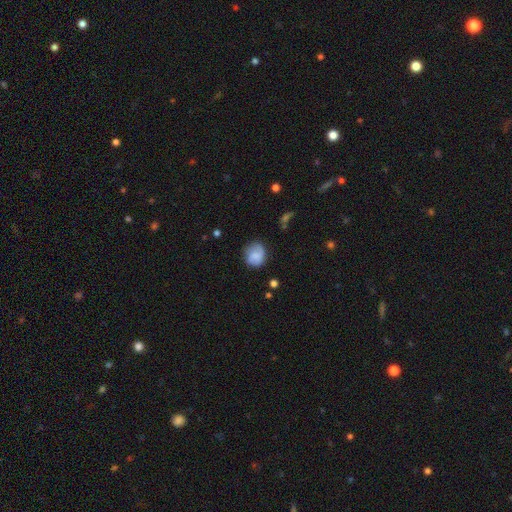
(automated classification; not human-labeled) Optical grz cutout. It shows a smooth galaxy with no disk features (68%) that is round (73%). Merging: none (66%).